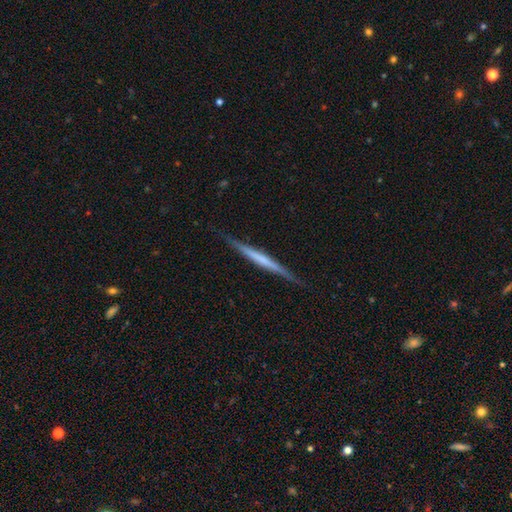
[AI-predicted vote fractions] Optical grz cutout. It shows a featured or disk galaxy (62%) viewed edge-on (97%) with no central bulge (74%). Merging: none (87%).